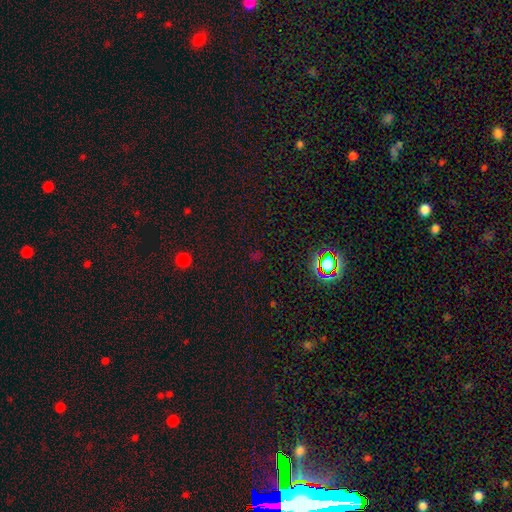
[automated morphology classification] A star or artifact, not a galaxy (67%).

Vote fractions:
- Smooth or featured? star or artifact: 67% / smooth: 25% / featured or disk: 7%